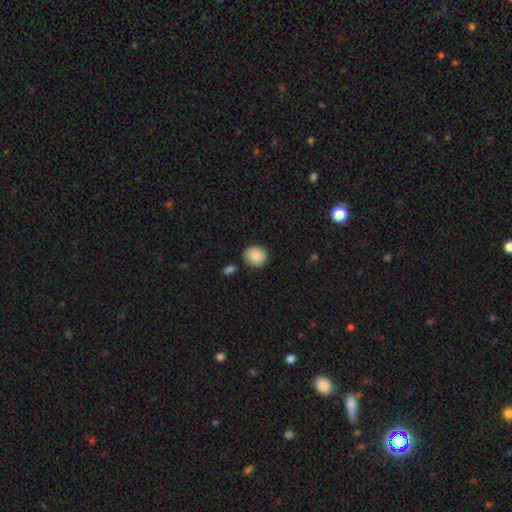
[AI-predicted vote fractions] smooth_or_featured: smooth (p=0.87) [alt: star or artifact p=0.07]
how_rounded: round (p=0.85) [alt: in between p=0.15]
merging: none (p=0.83) [alt: minor disturbance p=0.11]